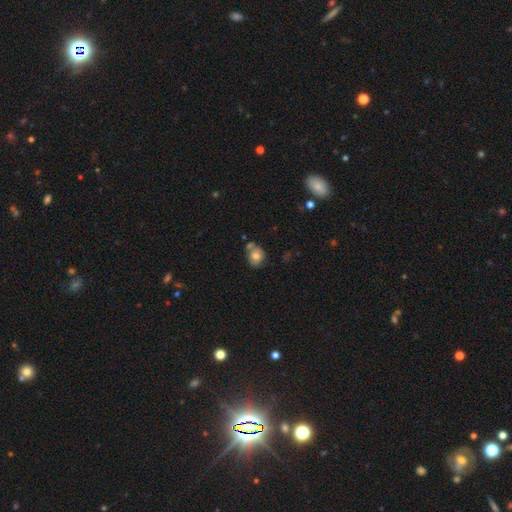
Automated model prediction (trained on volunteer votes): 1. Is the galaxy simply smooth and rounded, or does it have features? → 72% smooth, 19% featured or disk, 9% star or artifact.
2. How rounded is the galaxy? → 63% round, 36% in between, 1% cigar-shaped.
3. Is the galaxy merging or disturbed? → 52% none, 22% merger, 20% minor disturbance, 6% major disturbance.